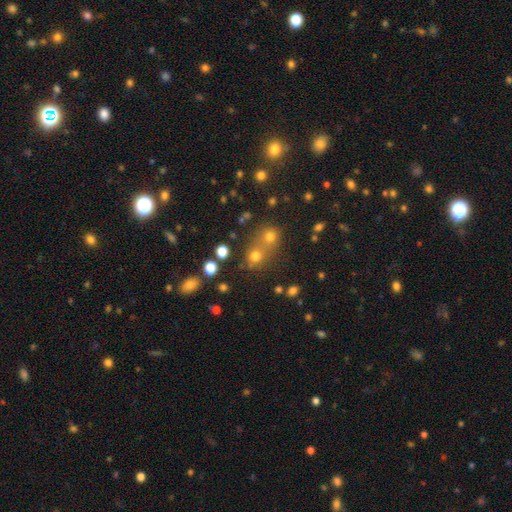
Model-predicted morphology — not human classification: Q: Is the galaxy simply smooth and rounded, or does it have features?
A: smooth — 64%.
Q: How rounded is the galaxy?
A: round — 81%.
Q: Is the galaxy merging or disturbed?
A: none — 48%.